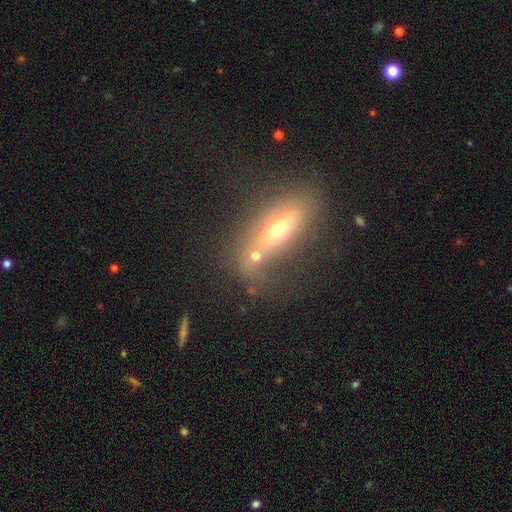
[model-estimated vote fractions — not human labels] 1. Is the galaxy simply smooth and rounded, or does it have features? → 56% smooth, 23% featured or disk, 21% star or artifact.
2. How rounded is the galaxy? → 47% in between, 41% round, 12% cigar-shaped.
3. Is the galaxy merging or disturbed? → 48% none, 36% merger, 9% minor disturbance, 6% major disturbance.